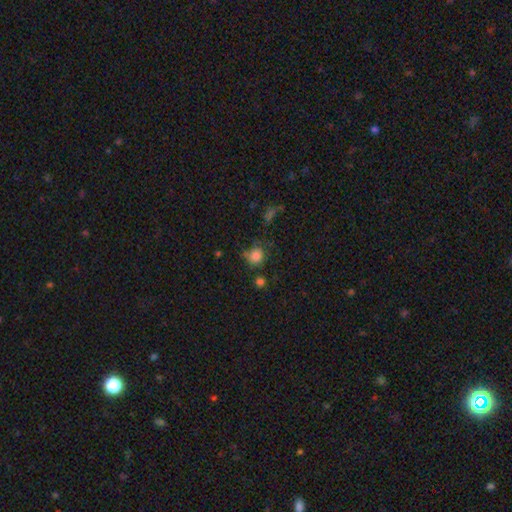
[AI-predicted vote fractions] smooth 82%, star or artifact 12%, featured or disk 6%. Down the decision tree: how rounded — round (82%); merging — none (63%).